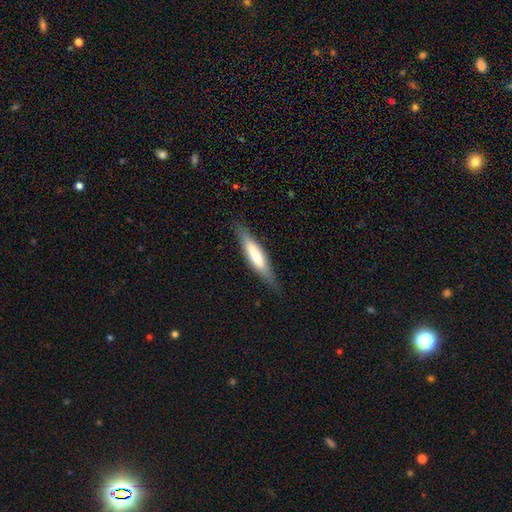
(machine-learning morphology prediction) smooth-or-featured: smooth: 62% | featured or disk: 33% | star or artifact: 5%
  how-rounded: cigar-shaped: 83% | in between: 16% | round: 1%
  merging: none: 82% | minor disturbance: 14% | major disturbance: 3% | merger: 1%